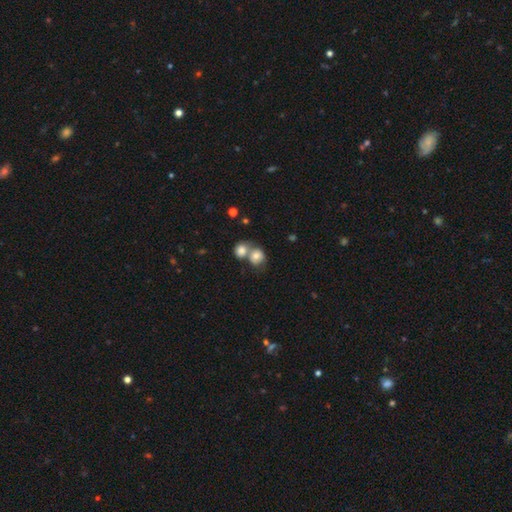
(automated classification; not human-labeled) The model was most divided on "merging": merger: 57%, none: 31%, minor disturbance: 8%, major disturbance: 4%. More confident: smooth or featured — smooth (76%); how rounded — round (75%).